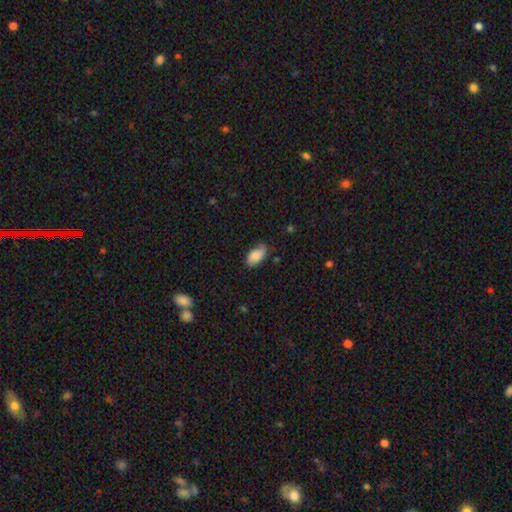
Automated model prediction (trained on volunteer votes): smooth-or-featured: smooth: 82% | featured or disk: 11% | star or artifact: 7%
  how-rounded: in between: 94% | round: 4% | cigar-shaped: 2%
  merging: none: 69% | minor disturbance: 25% | major disturbance: 4% | merger: 1%